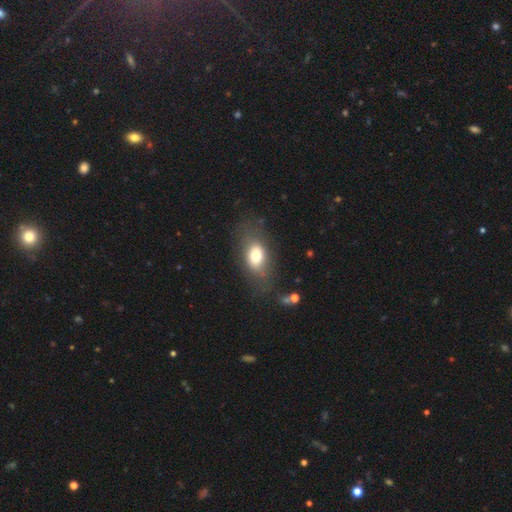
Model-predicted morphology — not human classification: smooth 71%, featured or disk 20%, star or artifact 9%. Down the decision tree: how rounded — in between (81%); merging — none (68%).